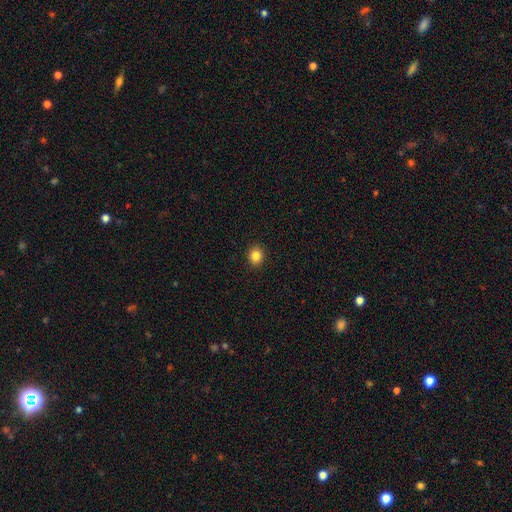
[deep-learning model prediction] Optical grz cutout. It shows a smooth galaxy with no disk features (84%) that is round (78%). Merging: none (92%).